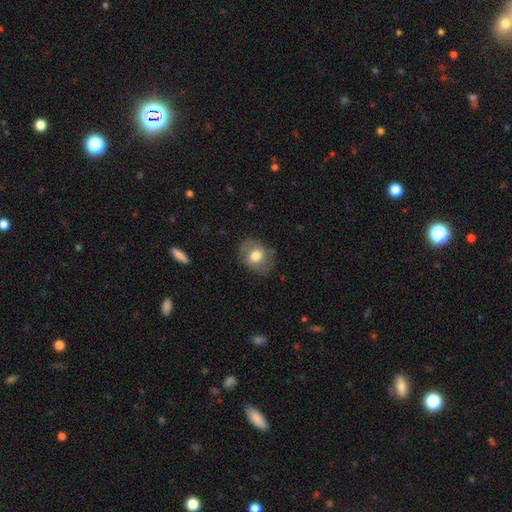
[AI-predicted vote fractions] A smooth galaxy with no disk features (70%) that is in between round and cigar-shaped (57%).

Vote fractions:
- Smooth or featured? smooth: 70% / featured or disk: 23% / star or artifact: 7%
- How rounded? in between: 57% / round: 42% / cigar-shaped: 1%
- Merging? none: 75% / minor disturbance: 18% / major disturbance: 6% / merger: 1%